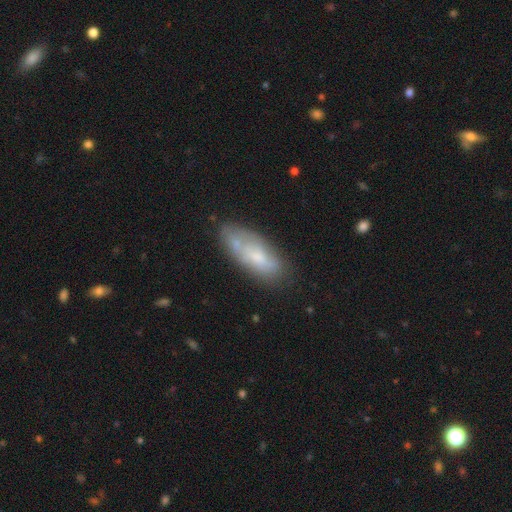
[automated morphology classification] Q: Smooth or featured?
A: smooth (59%); runner-up: featured or disk (33%)
Q: How rounded?
A: in between (74%); runner-up: cigar-shaped (24%)
Q: Merging?
A: none (59%); runner-up: minor disturbance (23%)